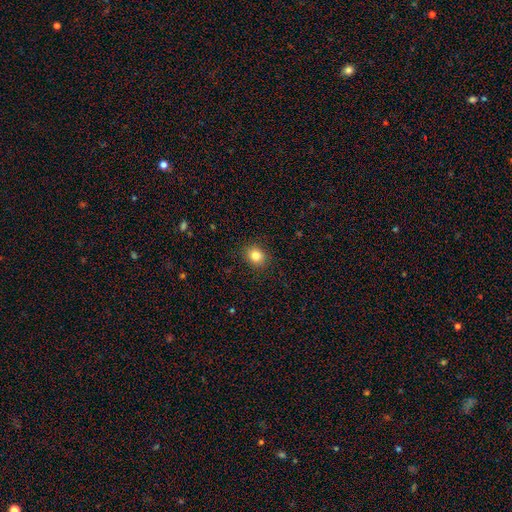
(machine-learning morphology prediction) Smooth or featured?
  - smooth: 83% *
  - star or artifact: 11%
  - featured or disk: 6%
How rounded?
  - round: 65% *
  - in between: 35%
  - cigar-shaped: 1%
Merging?
  - none: 90% *
  - minor disturbance: 7%
  - major disturbance: 2%
  - merger: 1%